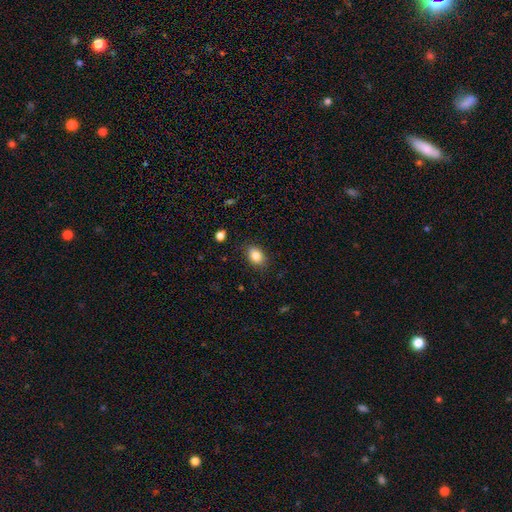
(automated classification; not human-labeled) This appears to be a smooth galaxy with no disk features (84%) that is in between round and cigar-shaped (74%). Merging: none (84%).